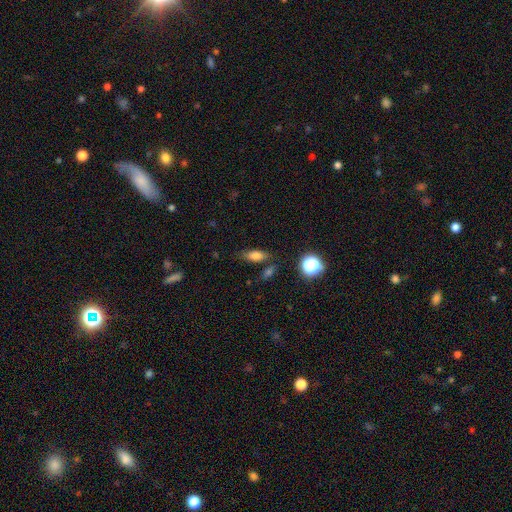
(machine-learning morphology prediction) Smooth or featured? smooth (76%)
How rounded? in between (74%)
Merging? none (74%)